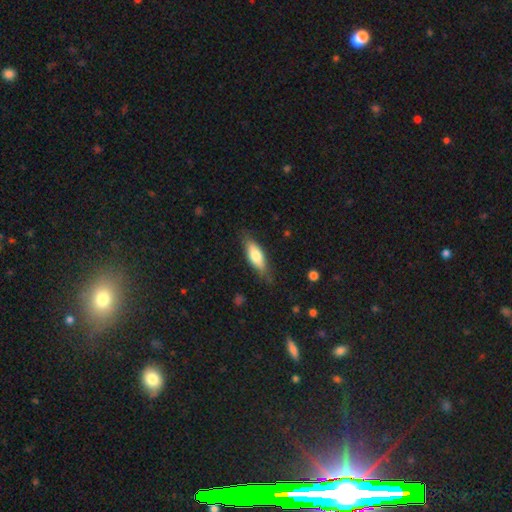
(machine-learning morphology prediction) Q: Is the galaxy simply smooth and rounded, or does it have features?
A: smooth — 72%.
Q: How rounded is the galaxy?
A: in between — 68%.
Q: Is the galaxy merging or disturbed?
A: none — 76%.